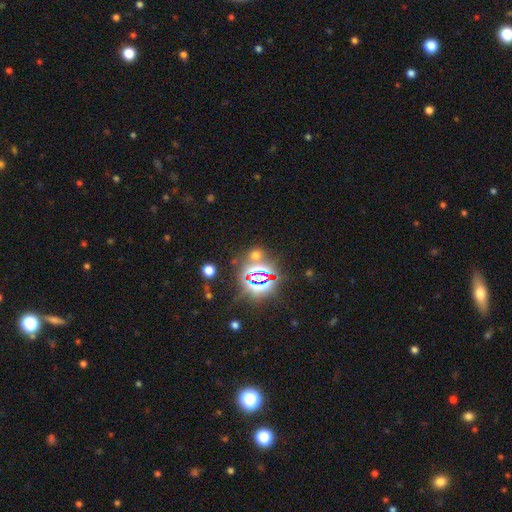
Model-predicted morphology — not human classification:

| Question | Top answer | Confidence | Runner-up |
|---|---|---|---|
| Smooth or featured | star or artifact | 60% | smooth (32%) |